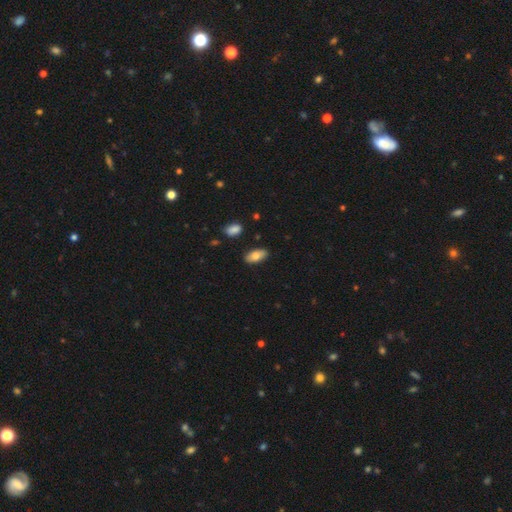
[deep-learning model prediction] smooth_or_featured: smooth (p=0.77) [alt: featured or disk p=0.17]
how_rounded: in between (p=0.91) [alt: cigar-shaped p=0.07]
merging: none (p=0.86) [alt: minor disturbance p=0.10]